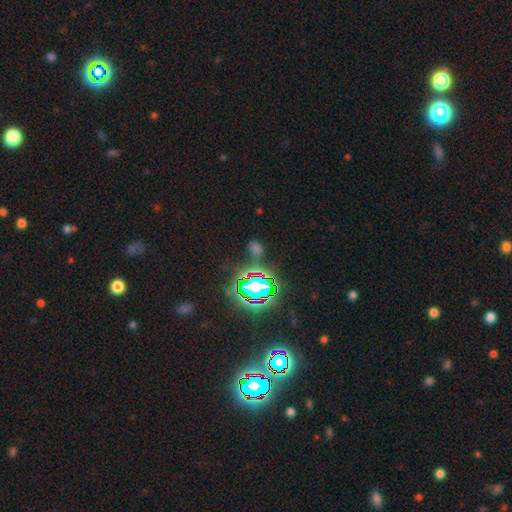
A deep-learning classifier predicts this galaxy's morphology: The model was most divided on "smooth or featured": star or artifact: 74%, smooth: 17%, featured or disk: 10%.